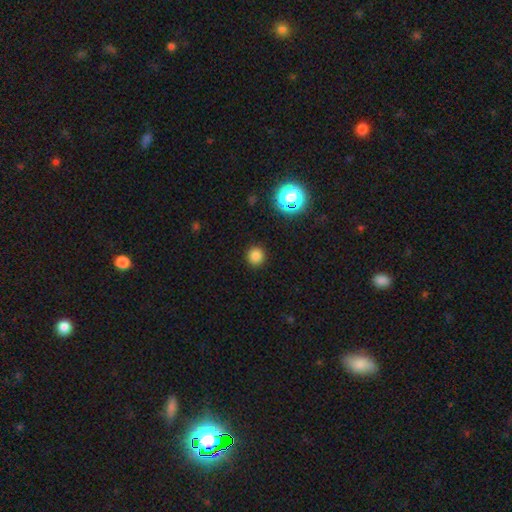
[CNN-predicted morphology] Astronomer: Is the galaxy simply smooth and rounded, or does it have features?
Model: smooth — 81%.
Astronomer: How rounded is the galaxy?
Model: round — 94%.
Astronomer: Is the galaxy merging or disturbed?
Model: none — 91%.